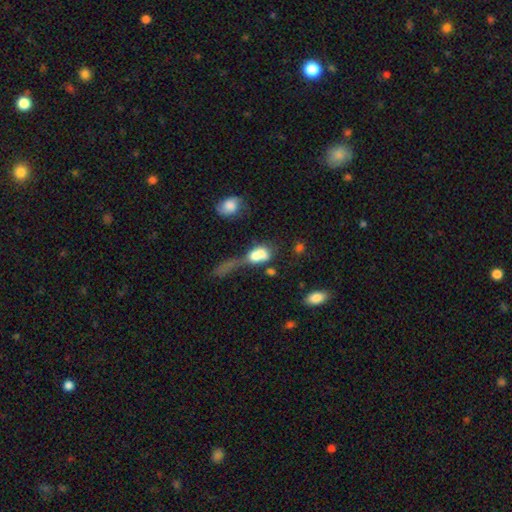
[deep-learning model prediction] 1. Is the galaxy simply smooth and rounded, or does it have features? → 62% smooth, 27% featured or disk, 12% star or artifact.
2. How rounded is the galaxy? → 63% in between, 30% round, 7% cigar-shaped.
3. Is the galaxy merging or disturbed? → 51% merger, 26% major disturbance, 13% none, 10% minor disturbance.